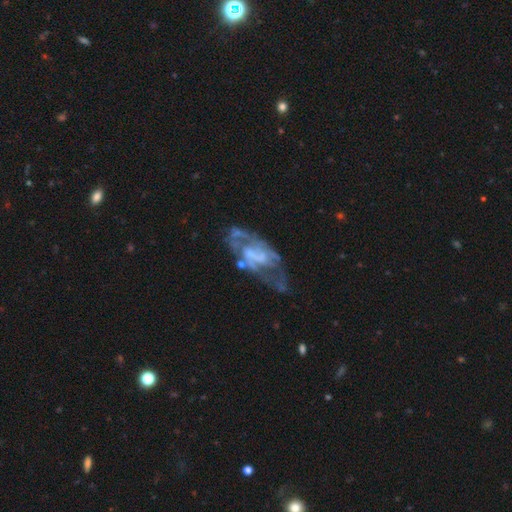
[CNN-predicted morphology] Q: Smooth or featured?
A: featured or disk (80%); runner-up: smooth (13%)
Q: Edge-on disk?
A: no (94%); runner-up: yes (6%)
Q: Bar?
A: no (54%); runner-up: weak (35%)
Q: Spiral arms?
A: yes (66%); runner-up: no (34%)
Q: Bulge size?
A: none (36%); runner-up: small (34%)
Q: Merging?
A: none (46%); runner-up: major disturbance (24%)